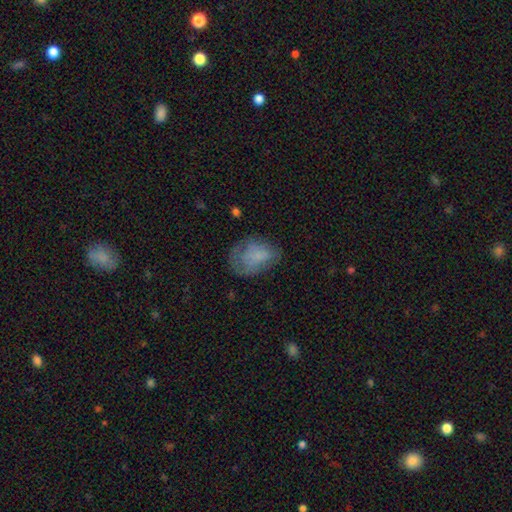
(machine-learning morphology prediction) This appears to be a smooth galaxy with no disk features (64%) that is in between round and cigar-shaped (70%). Merging: none (46%).